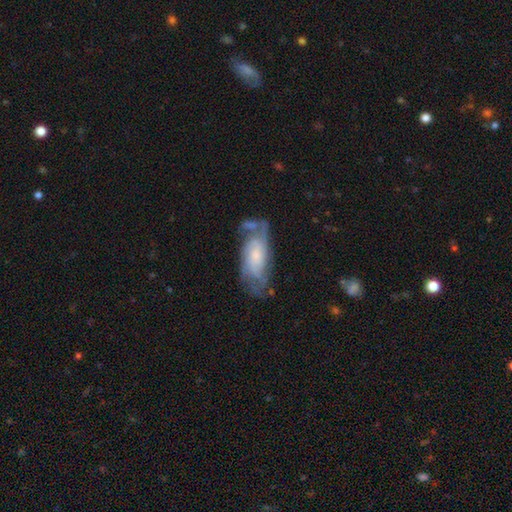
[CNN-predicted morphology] This appears to be a featured or disk galaxy (69%) with no bar (69%), tight (43%) spiral arms (86%) and a small central bulge (49%). Merging: none (49%).